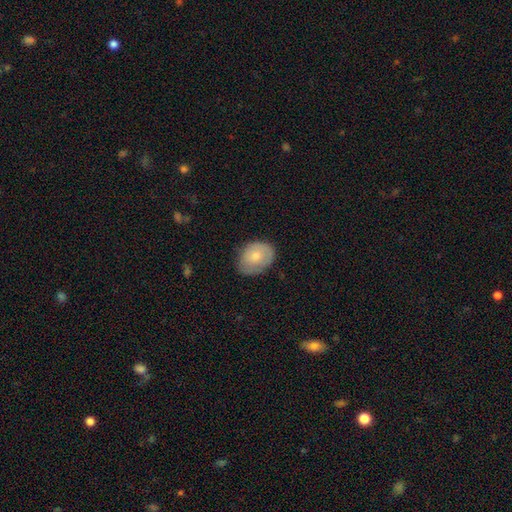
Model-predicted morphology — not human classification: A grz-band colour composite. It shows a smooth galaxy with no disk features (70%) that is in between round and cigar-shaped (67%). Merging: none (69%).